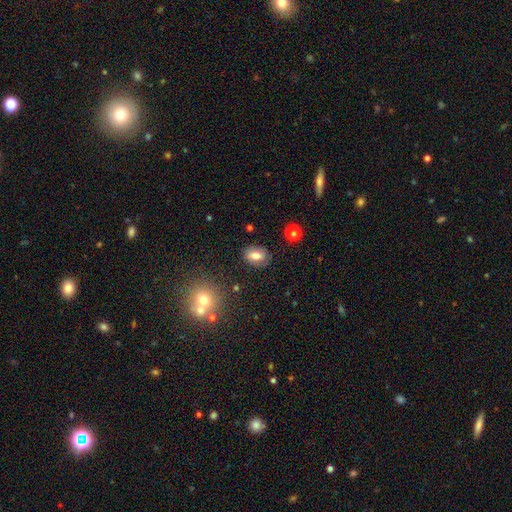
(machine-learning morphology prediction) A smooth galaxy with no disk features (71%) that is in between round and cigar-shaped (74%).

Vote fractions:
- Smooth or featured? smooth: 71% / featured or disk: 20% / star or artifact: 10%
- How rounded? in between: 74% / round: 24% / cigar-shaped: 2%
- Merging? none: 82% / minor disturbance: 12% / major disturbance: 3% / merger: 2%